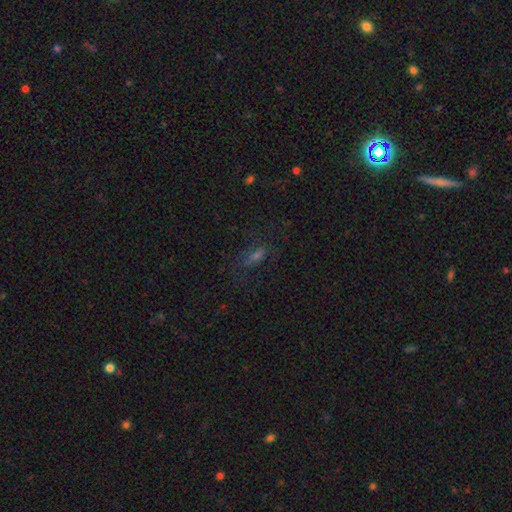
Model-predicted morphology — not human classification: This is marginally a smooth galaxy (43%). Merging: likely none (66%).